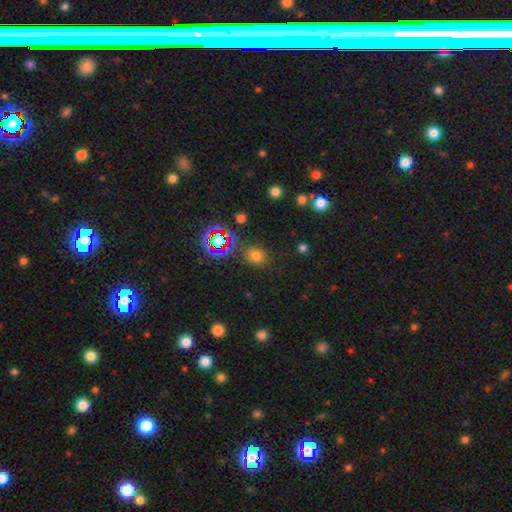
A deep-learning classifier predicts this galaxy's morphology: This appears to be a smooth galaxy with no disk features (68%) that is round (74%). Merging: none (80%).